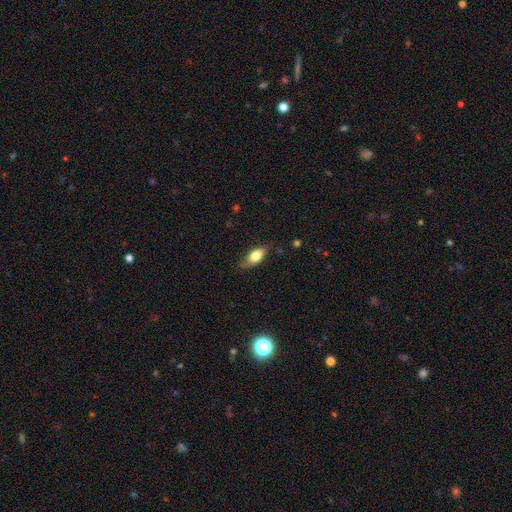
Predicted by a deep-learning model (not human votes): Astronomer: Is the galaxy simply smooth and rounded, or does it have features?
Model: smooth — 75%.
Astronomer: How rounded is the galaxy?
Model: in between — 85%.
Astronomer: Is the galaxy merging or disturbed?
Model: none — 66%.